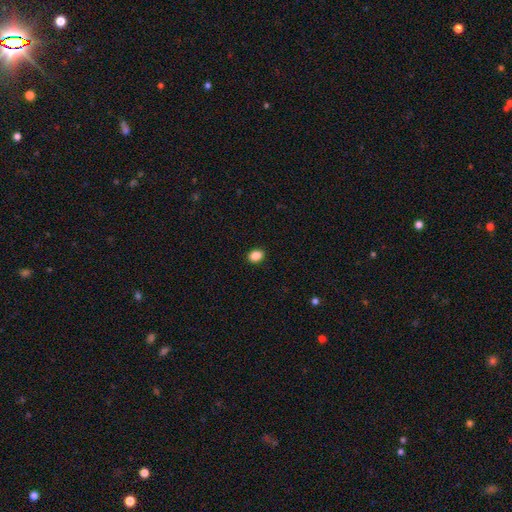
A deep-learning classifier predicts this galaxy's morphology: The model was most divided on "how rounded": in between: 63%, round: 36%, cigar-shaped: 1%. More confident: merging — none (91%); smooth or featured — smooth (87%).